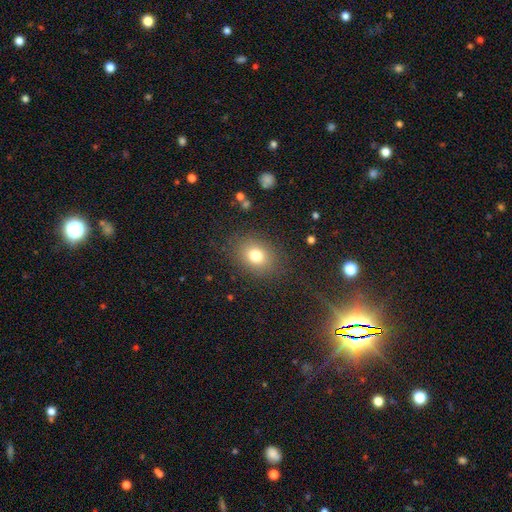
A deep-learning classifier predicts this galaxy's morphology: The model was most divided on "how rounded": in between: 52%, round: 47%, cigar-shaped: 1%. More confident: merging — none (85%); smooth or featured — smooth (77%).